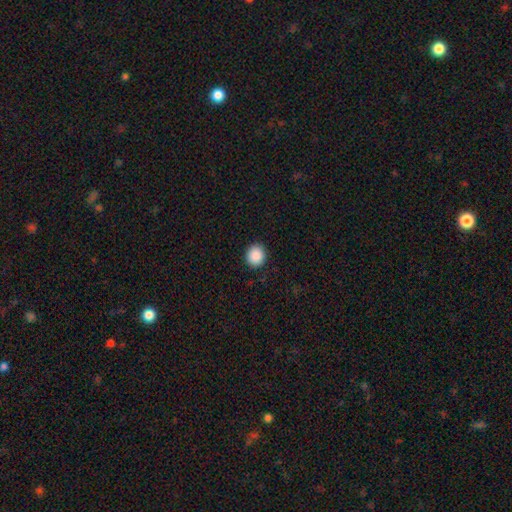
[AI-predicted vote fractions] smooth 89%, star or artifact 9%, featured or disk 3%. Down the decision tree: how rounded — round (82%); merging — none (91%).